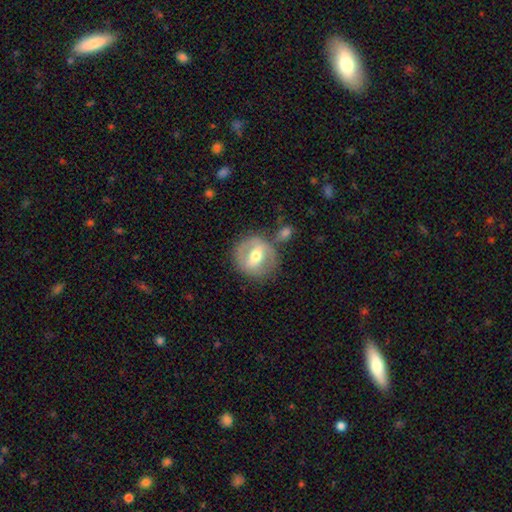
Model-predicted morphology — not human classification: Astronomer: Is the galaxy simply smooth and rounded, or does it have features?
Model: featured or disk — 60%.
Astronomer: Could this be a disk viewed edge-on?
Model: no — 93%.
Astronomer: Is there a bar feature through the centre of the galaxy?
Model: strong — 45% (runner-up: weak, 37%).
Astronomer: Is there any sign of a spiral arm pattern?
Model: no — 58% (runner-up: yes, 42%).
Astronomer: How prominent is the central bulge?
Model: moderate — 74%.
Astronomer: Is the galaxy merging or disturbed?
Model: none — 69%.